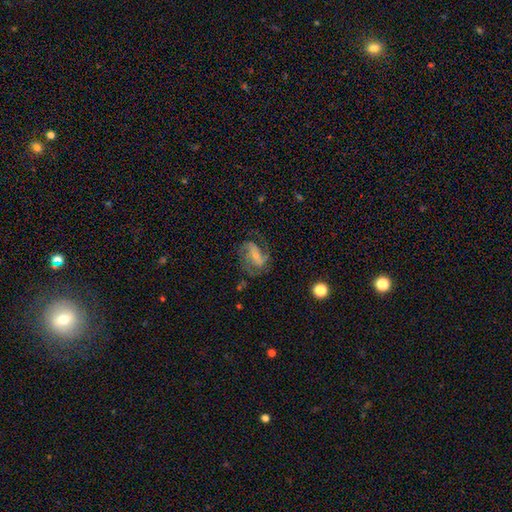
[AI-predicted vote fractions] A featured or disk galaxy (81%) with a weak bar (42%), 2 (44%) medium (51%) spiral arms (94%) and a small central bulge (61%). Merging: none (59%).